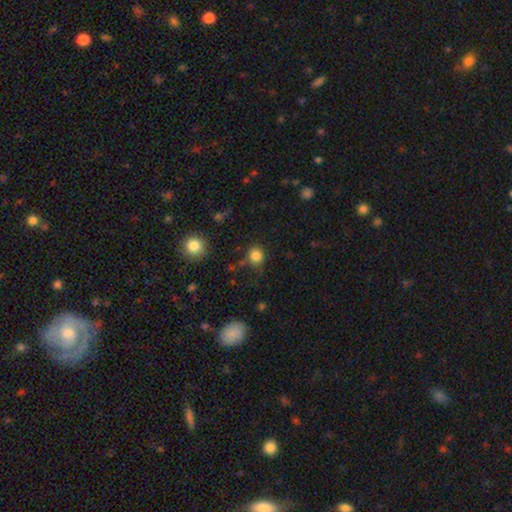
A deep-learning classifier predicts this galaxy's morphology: A smooth galaxy with no disk features (84%) that is round (86%).

Vote fractions:
- Smooth or featured? smooth: 84% / star or artifact: 12% / featured or disk: 4%
- How rounded? round: 86% / in between: 13% / cigar-shaped: 1%
- Merging? none: 77% / minor disturbance: 14% / major disturbance: 5% / merger: 4%